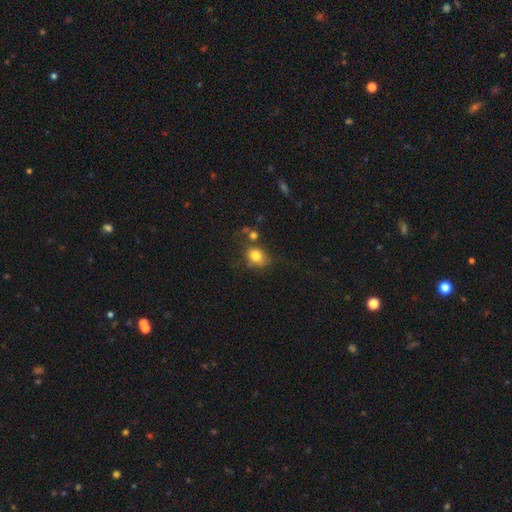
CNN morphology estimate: Smooth or featured? smooth (80%)
How rounded? in between (56%)
Merging? none (58%)